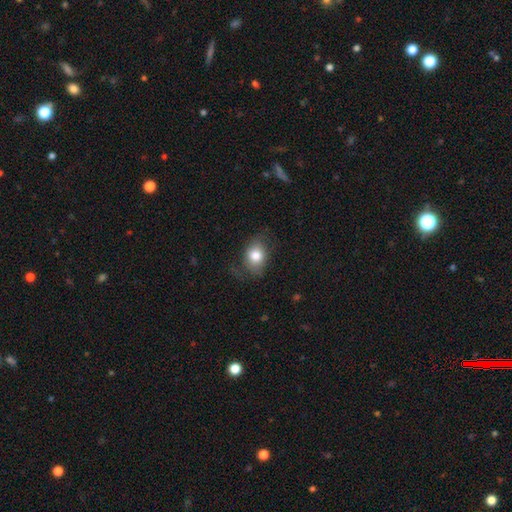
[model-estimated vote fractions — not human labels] smooth 78%, featured or disk 14%, star or artifact 8%. Down the decision tree: how rounded — in between (61%); merging — none (63%).